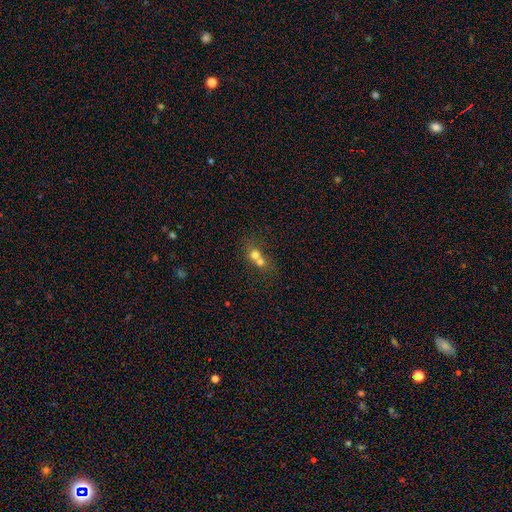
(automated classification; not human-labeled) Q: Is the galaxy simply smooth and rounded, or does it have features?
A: smooth — 65%.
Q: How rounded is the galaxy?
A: round — 70%.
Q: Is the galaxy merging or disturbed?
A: merger — 69%.